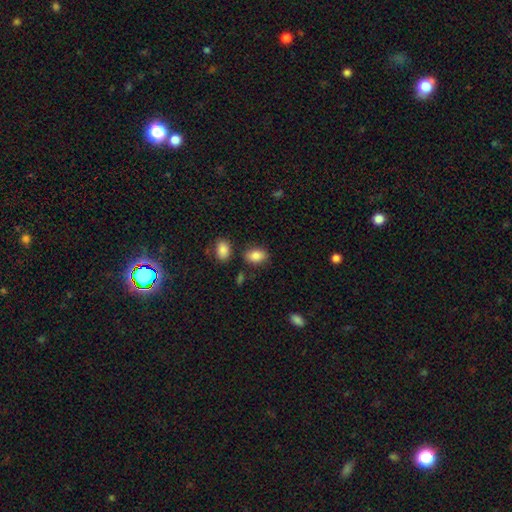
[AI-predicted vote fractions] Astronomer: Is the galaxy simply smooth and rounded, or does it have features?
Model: smooth — 86%.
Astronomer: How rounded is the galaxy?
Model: in between — 84%.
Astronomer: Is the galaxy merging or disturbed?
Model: none — 79%.